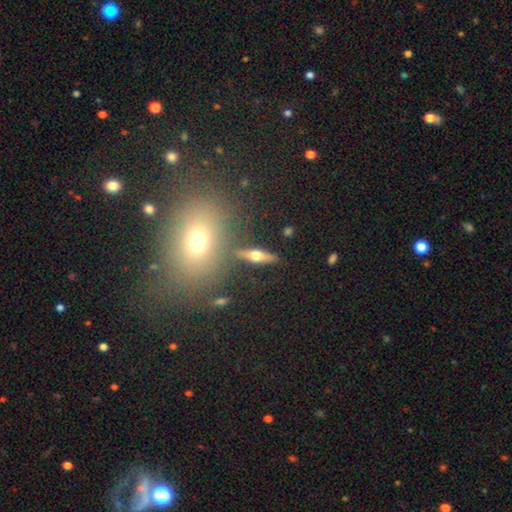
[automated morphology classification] Smooth or featured: featured or disk — 60% (smooth — 31%)
Edge-on disk: yes — 91% (no — 9%)
Edge-on bulge: rounded — 96% (boxy — 3%)
Merging: none — 81% (minor disturbance — 10%)